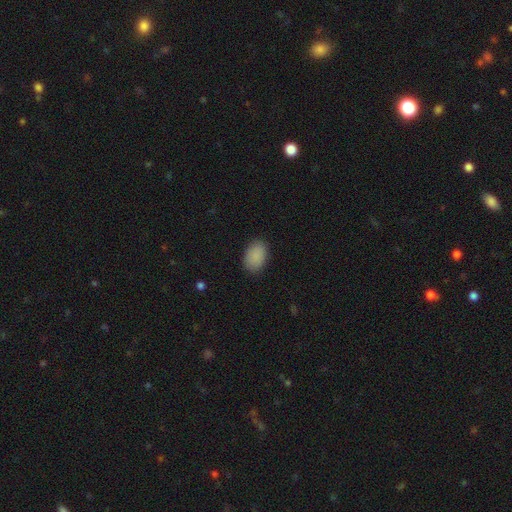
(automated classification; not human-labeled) This is clearly a smooth galaxy (90%). How rounded: clearly in between (86%). Merging: clearly none (85%).